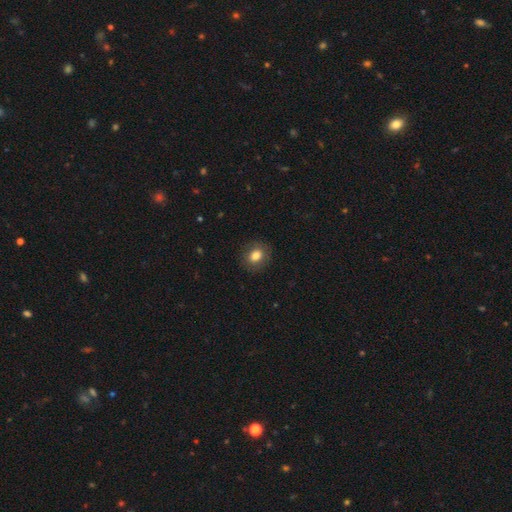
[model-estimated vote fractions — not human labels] Smooth or featured?
  - smooth: 81% *
  - featured or disk: 10%
  - star or artifact: 9%
How rounded?
  - round: 61% *
  - in between: 38%
  - cigar-shaped: 1%
Merging?
  - none: 87% *
  - minor disturbance: 9%
  - major disturbance: 3%
  - merger: 1%